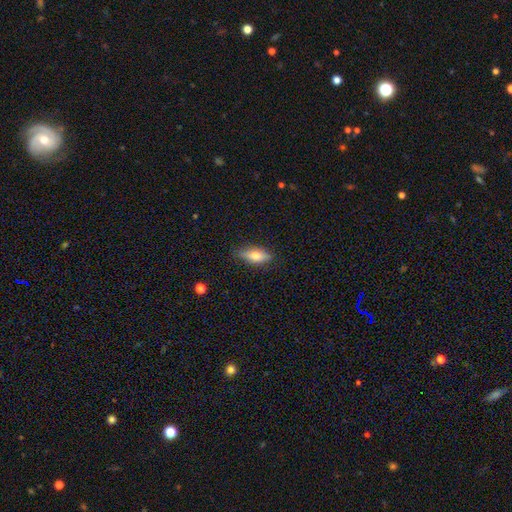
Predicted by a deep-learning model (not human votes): This appears to be a smooth galaxy with no disk features (70%) that is in between round and cigar-shaped (71%). Merging: none (82%).